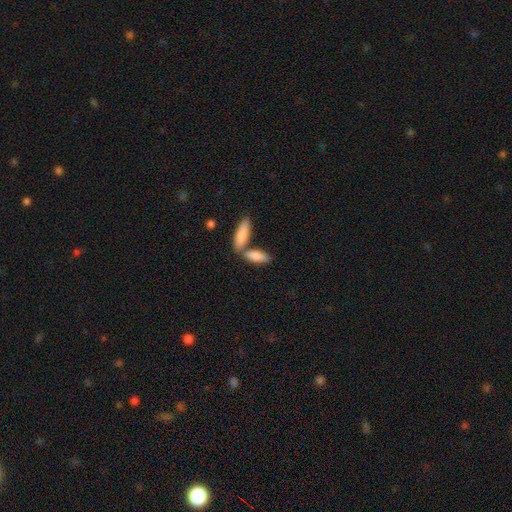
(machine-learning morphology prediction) A smooth galaxy with no disk features (83%) that is in between round and cigar-shaped (62%). Merging: none (51%).